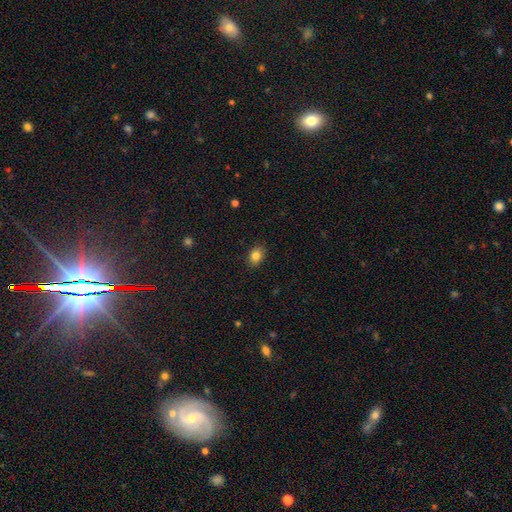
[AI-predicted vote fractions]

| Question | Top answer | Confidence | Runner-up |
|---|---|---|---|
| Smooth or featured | smooth | 83% | star or artifact (10%) |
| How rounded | in between | 67% | round (32%) |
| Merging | none | 88% | minor disturbance (9%) |